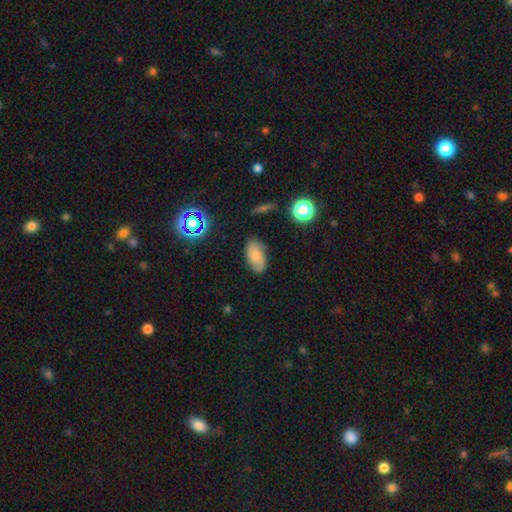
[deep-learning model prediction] A smooth galaxy with no disk features (61%) that is in between round and cigar-shaped (91%). Merging: none (75%).